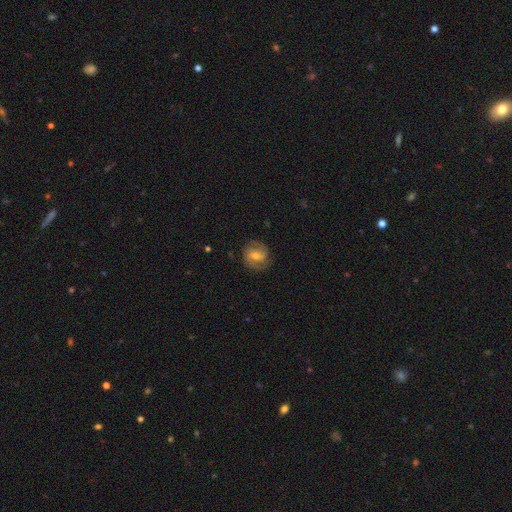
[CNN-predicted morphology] smooth-or-featured: featured or disk: 65% | smooth: 27% | star or artifact: 7%
  disk-edge-on: no: 97% | yes: 3%
    bar: weak: 48% | no: 30% | strong: 22%
    has-spiral-arms: yes: 87% | no: 13%
      spiral-winding: medium: 47% | tight: 36% | loose: 17%
      spiral-arm-count: 2: 80% | can't tell: 11% | 3: 4% | 1: 3% | 4: 1% | more than 4: 1%
    bulge-size: moderate: 54% | small: 40% | large: 4% | none: 2% | dominant: 1%
  merging: none: 80% | minor disturbance: 14% | major disturbance: 6% | merger: 1%